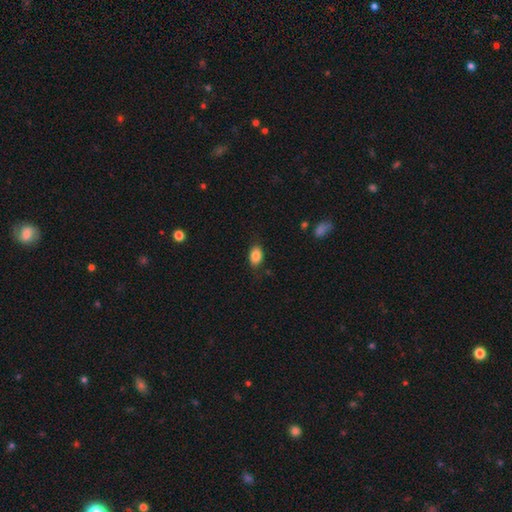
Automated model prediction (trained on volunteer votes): This is clearly a smooth galaxy (85%). How rounded: clearly in between (85%). Merging: clearly none (81%).